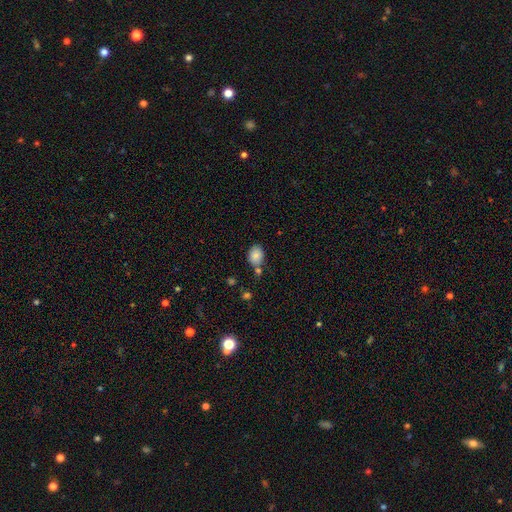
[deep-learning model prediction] Smooth or featured? Predicted: smooth (p=0.85). How rounded? Predicted: in between (p=0.68). Merging? Predicted: none (p=0.64).